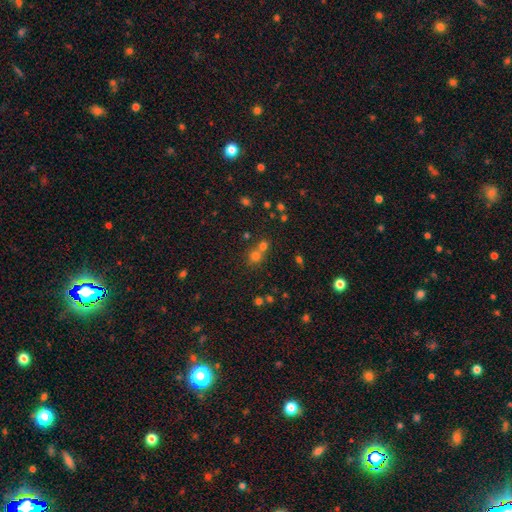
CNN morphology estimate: Smooth or featured?
  - smooth: 65% *
  - star or artifact: 25%
  - featured or disk: 11%
How rounded?
  - round: 84% *
  - in between: 15%
  - cigar-shaped: 1%
Merging?
  - merger: 47% *
  - none: 45%
  - minor disturbance: 6%
  - major disturbance: 3%